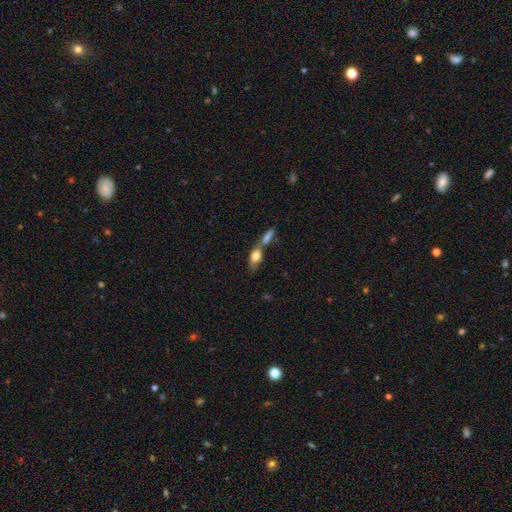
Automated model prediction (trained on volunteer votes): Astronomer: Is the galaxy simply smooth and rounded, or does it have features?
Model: smooth — 70%.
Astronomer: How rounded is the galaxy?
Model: in between — 74%.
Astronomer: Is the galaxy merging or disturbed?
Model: merger — 56%.